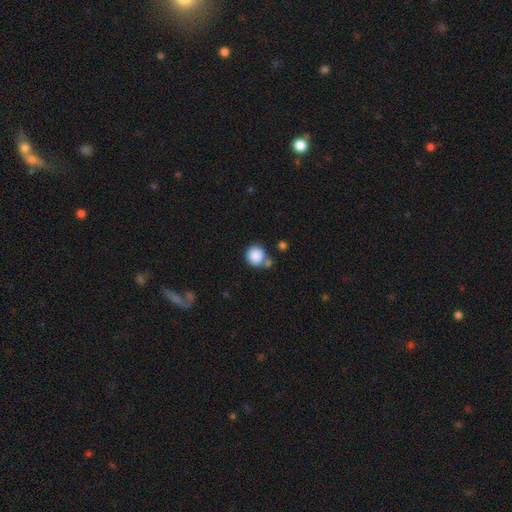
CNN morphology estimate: A smooth galaxy with no disk features (87%) that is round (92%).

Vote fractions:
- Smooth or featured? smooth: 87% / star or artifact: 9% / featured or disk: 4%
- How rounded? round: 92% / in between: 7% / cigar-shaped: 1%
- Merging? none: 62% / merger: 20% / minor disturbance: 13% / major disturbance: 4%